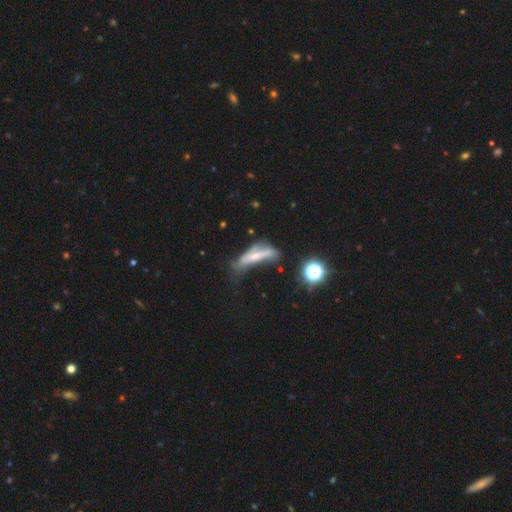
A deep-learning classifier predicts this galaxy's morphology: type=smooth (45%); merging=major disturbance (34%).